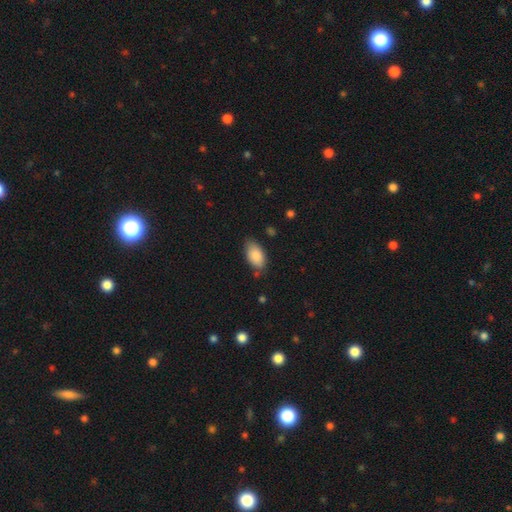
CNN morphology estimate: Overall: smooth (87%). How rounded: in between (94%). Merging: none (74%).